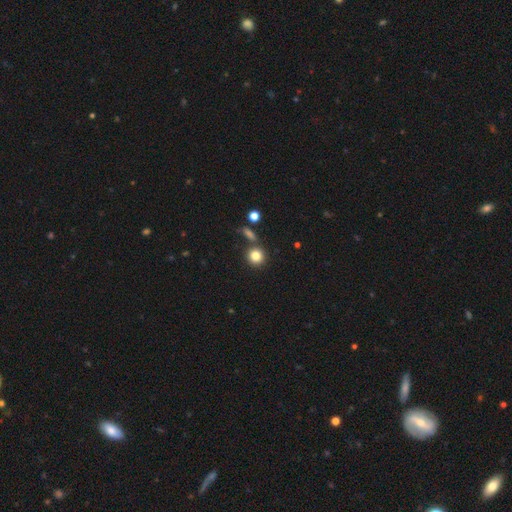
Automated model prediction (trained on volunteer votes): Morphology: type=smooth (82%); roundness=round (90%); merging=none (77%).